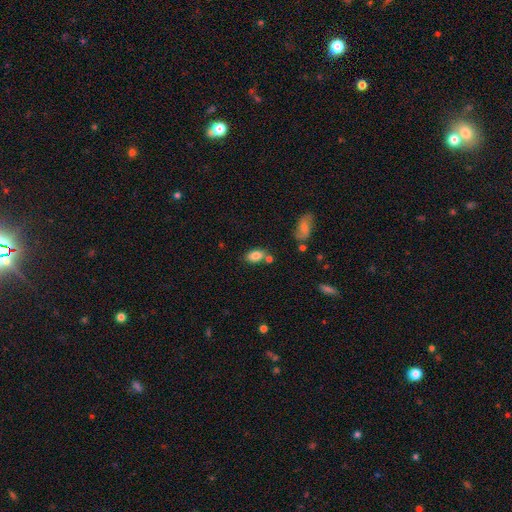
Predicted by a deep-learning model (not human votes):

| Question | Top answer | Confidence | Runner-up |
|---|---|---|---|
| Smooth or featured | smooth | 83% | featured or disk (9%) |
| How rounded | in between | 90% | round (7%) |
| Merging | none | 66% | merger (16%) |